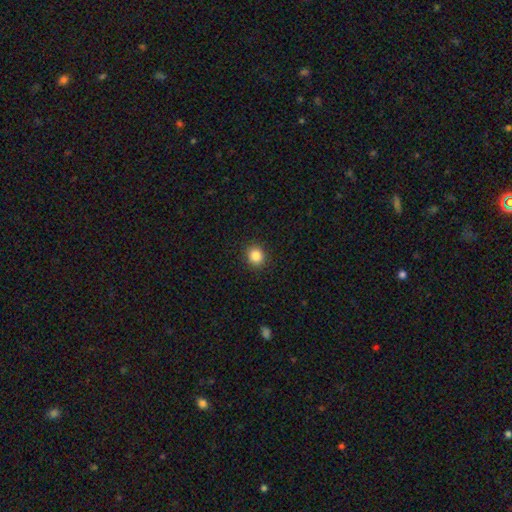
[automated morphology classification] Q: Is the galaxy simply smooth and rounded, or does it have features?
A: smooth — 85%.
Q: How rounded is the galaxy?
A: round — 82%.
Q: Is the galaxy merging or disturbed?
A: none — 91%.